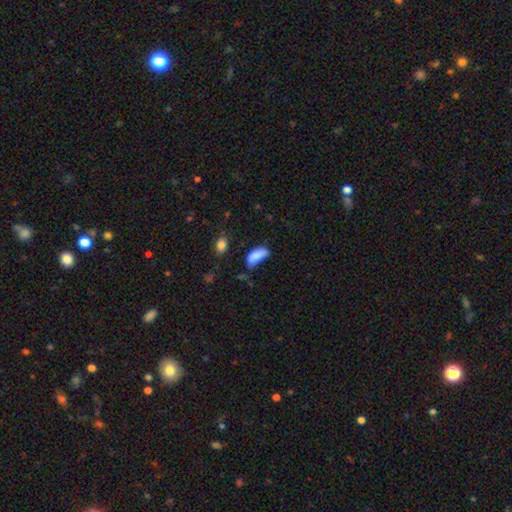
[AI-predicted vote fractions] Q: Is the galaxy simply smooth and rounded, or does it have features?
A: smooth — 83%.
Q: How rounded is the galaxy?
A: in between — 83%.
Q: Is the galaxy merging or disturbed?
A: none — 36%, tied with minor disturbance.